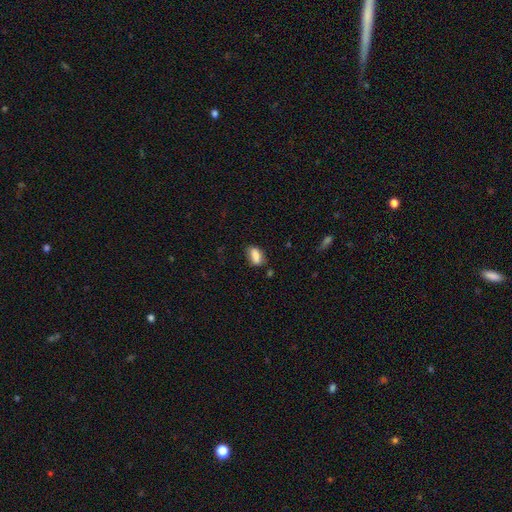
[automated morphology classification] type=smooth (84%); roundness=in between (86%); merging=none (68%).